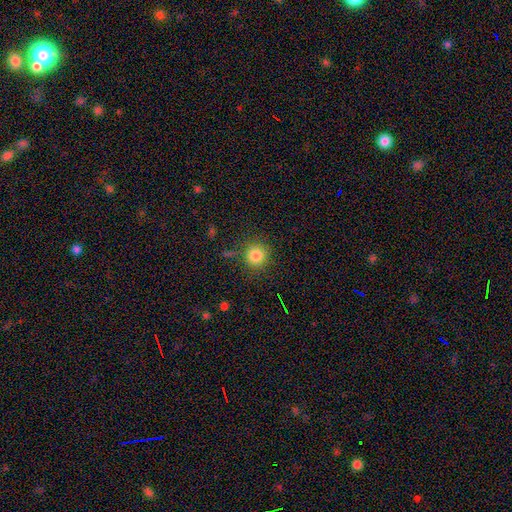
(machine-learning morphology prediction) smooth-or-featured: smooth: 83% | star or artifact: 12% | featured or disk: 5%
  how-rounded: round: 93% | in between: 7% | cigar-shaped: 1%
  merging: none: 84% | minor disturbance: 10% | major disturbance: 4% | merger: 3%